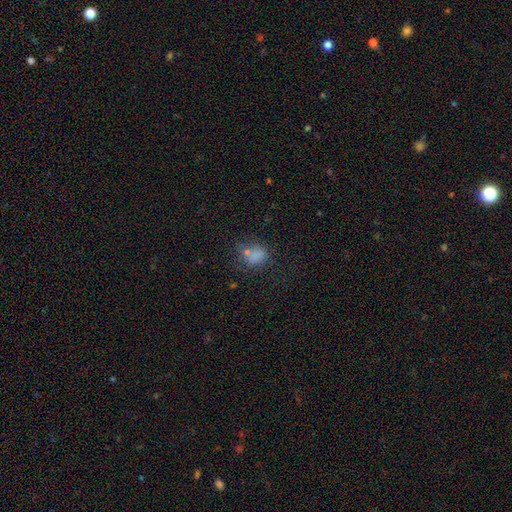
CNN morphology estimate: smooth_or_featured: smooth (p=0.71) [alt: star or artifact p=0.17]
how_rounded: in between (p=0.54) [alt: round p=0.44]
merging: none (p=0.46) [alt: merger p=0.21]